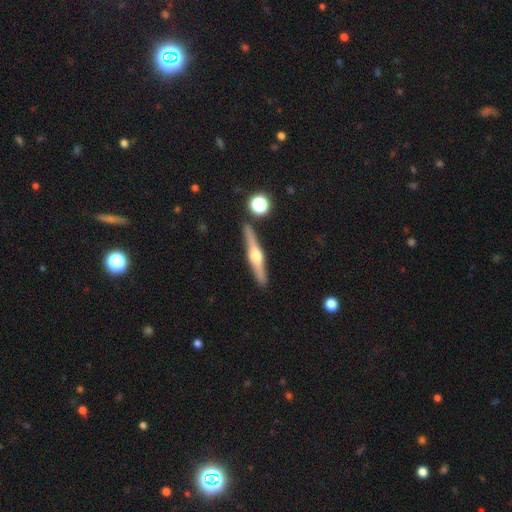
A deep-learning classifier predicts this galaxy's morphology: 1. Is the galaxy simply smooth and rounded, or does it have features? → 74% featured or disk, 20% smooth, 6% star or artifact.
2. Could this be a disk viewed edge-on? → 97% yes, 3% no.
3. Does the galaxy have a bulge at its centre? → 94% rounded, 4% boxy, 2% none.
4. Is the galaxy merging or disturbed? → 88% none, 7% minor disturbance, 3% merger, 2% major disturbance.